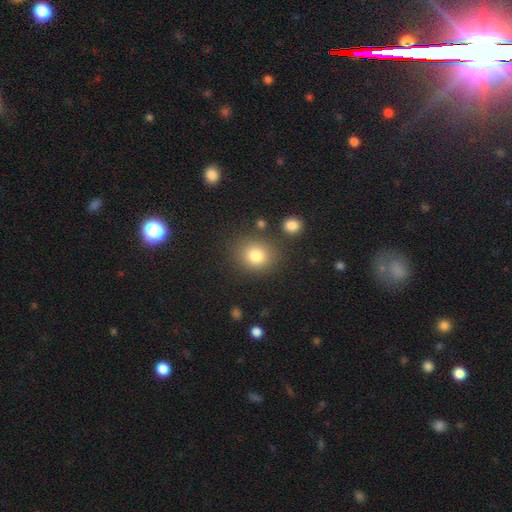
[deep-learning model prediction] Smooth or featured?
  - smooth: 81% *
  - star or artifact: 12%
  - featured or disk: 8%
How rounded?
  - round: 76% *
  - in between: 23%
  - cigar-shaped: 1%
Merging?
  - none: 81% *
  - minor disturbance: 10%
  - merger: 5%
  - major disturbance: 4%